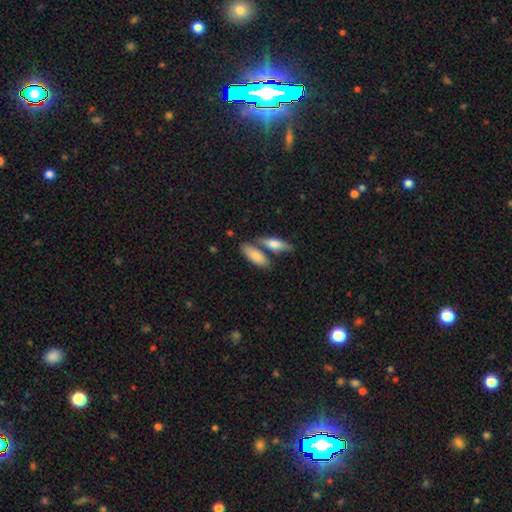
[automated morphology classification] Overall: smooth (81%). How rounded: in between (72%). Merging: none (55%; merger 30%).